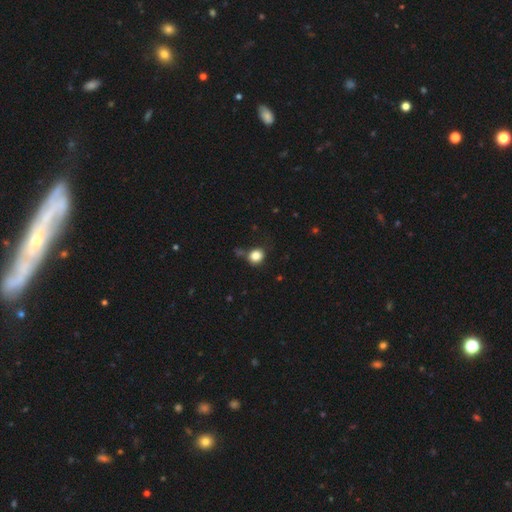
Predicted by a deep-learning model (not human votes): Smooth or featured: smooth — 84% (star or artifact — 11%)
How rounded: round — 78% (in between — 21%)
Merging: none — 70% (minor disturbance — 17%)